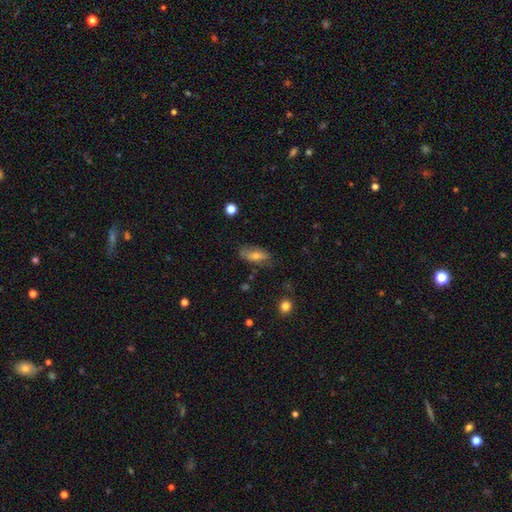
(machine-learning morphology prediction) Smooth or featured? Predicted: smooth (p=0.59). How rounded? Predicted: in between (p=0.75). Merging? Predicted: none (p=0.70).